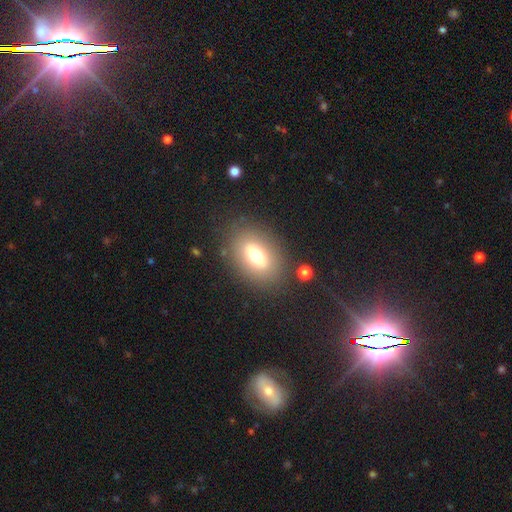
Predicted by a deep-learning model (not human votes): Overall: smooth (66%). How rounded: in between (81%). Merging: none (81%).